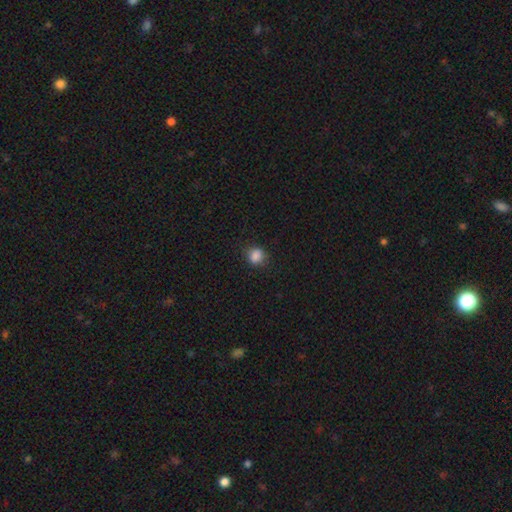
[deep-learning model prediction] smooth-or-featured: smooth: 85% | star or artifact: 11% | featured or disk: 4%
  how-rounded: round: 68% | in between: 31% | cigar-shaped: 1%
  merging: none: 79% | minor disturbance: 16% | major disturbance: 4% | merger: 1%